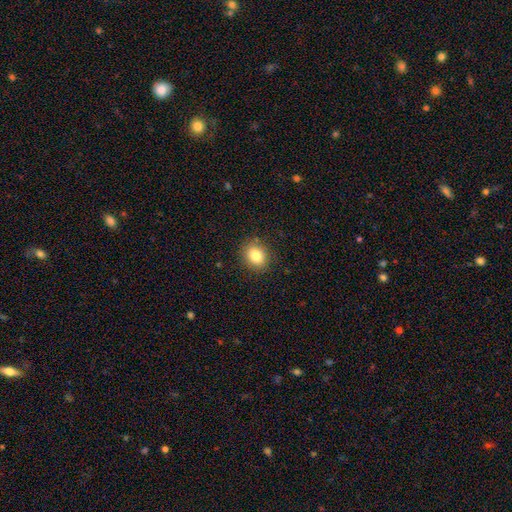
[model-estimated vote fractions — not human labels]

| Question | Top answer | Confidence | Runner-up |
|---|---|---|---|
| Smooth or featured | smooth | 82% | star or artifact (10%) |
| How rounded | round | 55% | in between (44%) |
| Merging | none | 87% | minor disturbance (9%) |